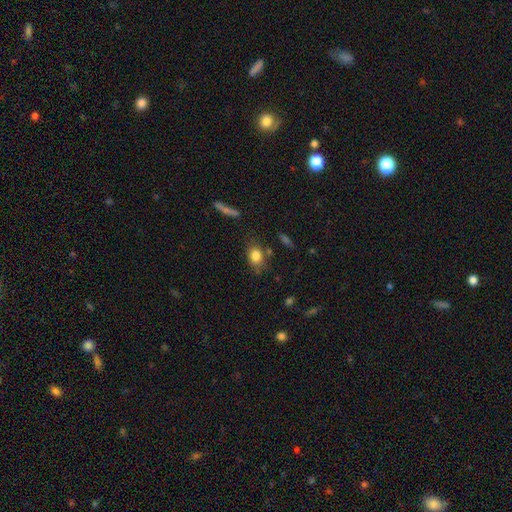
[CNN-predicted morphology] Smooth or featured: smooth — 82% (featured or disk — 9%)
How rounded: in between — 69% (round — 28%)
Merging: none — 71% (minor disturbance — 18%)